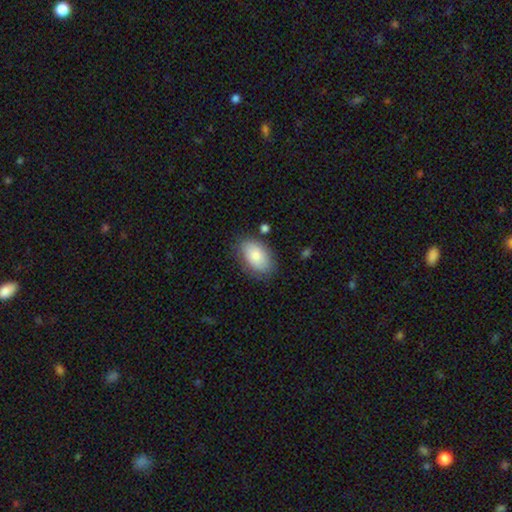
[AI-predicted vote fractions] This is clearly a smooth galaxy (82%). How rounded: clearly in between (92%). Merging: likely none (76%).